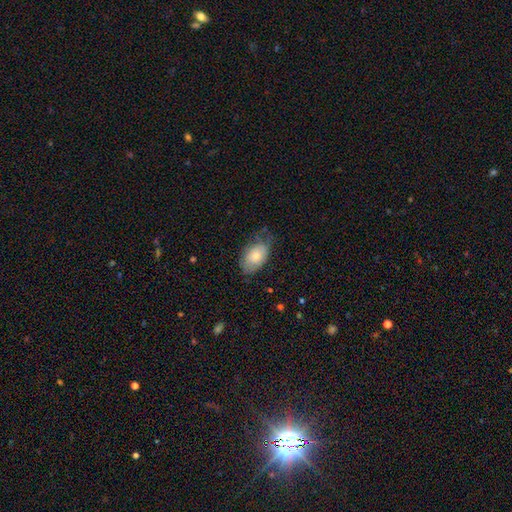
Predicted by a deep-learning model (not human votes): Smooth or featured? smooth (73%)
How rounded? in between (91%)
Merging? none (53%)